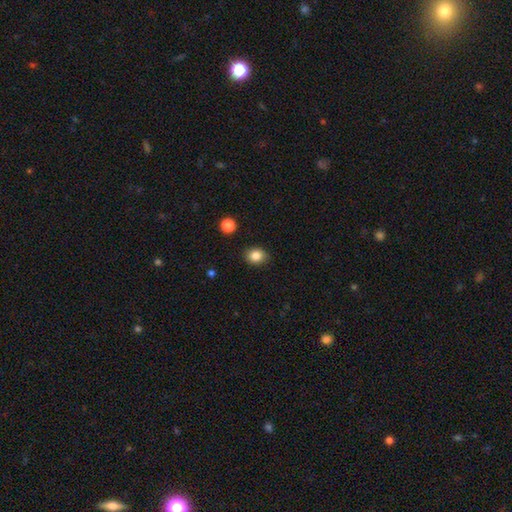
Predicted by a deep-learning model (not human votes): smooth 85%, star or artifact 10%, featured or disk 5%. Down the decision tree: how rounded — round (59%); merging — none (87%).